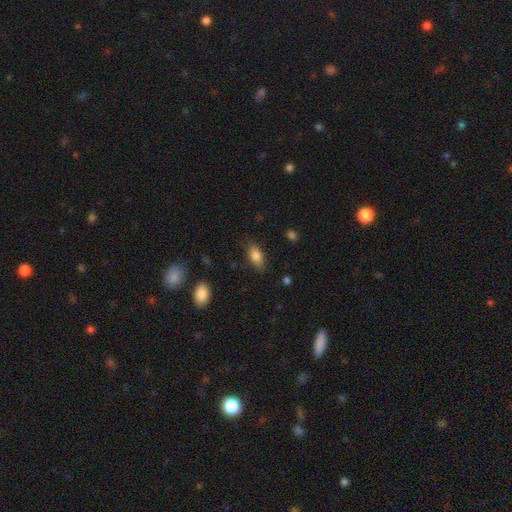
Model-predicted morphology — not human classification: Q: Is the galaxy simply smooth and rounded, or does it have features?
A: smooth — 84%.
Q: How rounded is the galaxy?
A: in between — 90%.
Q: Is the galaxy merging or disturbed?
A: none — 82%.